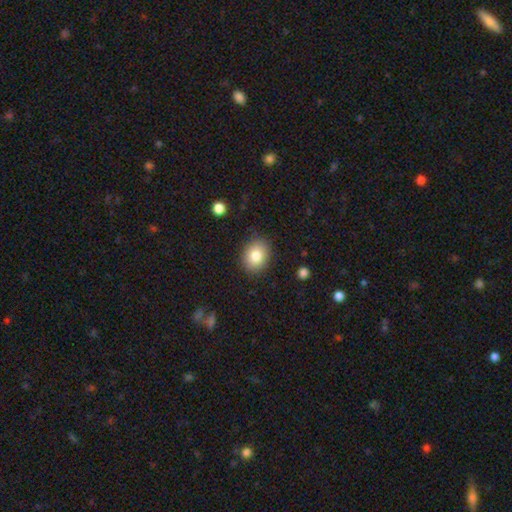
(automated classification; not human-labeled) This appears to be a smooth galaxy with no disk features (82%) that is in between round and cigar-shaped (54%). Merging: none (86%).